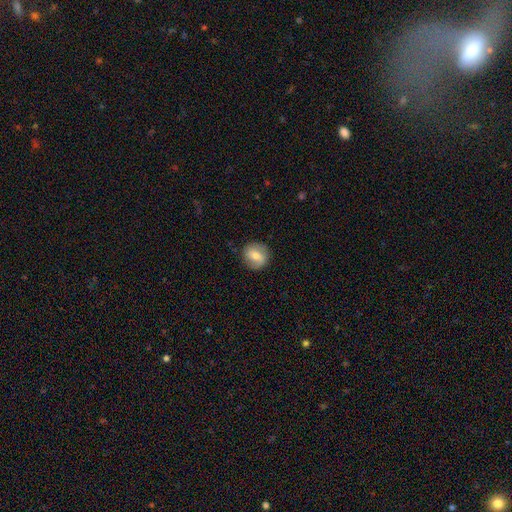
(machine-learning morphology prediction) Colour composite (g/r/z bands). It shows a smooth galaxy with no disk features (61%) that is round (83%). Merging: none (84%).